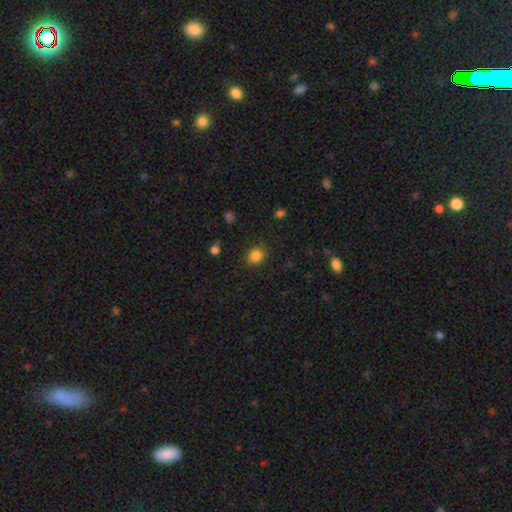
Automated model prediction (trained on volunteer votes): The model was most divided on "how rounded": round: 78%, in between: 22%, cigar-shaped: 1%. More confident: merging — none (87%); smooth or featured — smooth (85%).